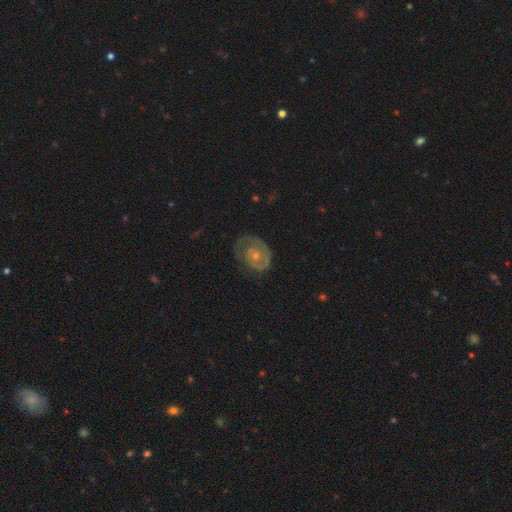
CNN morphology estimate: A featured or disk galaxy (72%) with no bar (81%), 1 (39%) tight (60%) spiral arms (83%) and a small central bulge (68%).

Vote fractions:
- Smooth or featured? featured or disk: 72% / smooth: 22% / star or artifact: 6%
- Edge-on disk? no: 97% / yes: 3%
- Bar? no: 81% / weak: 16% / strong: 3%
- Spiral arms? yes: 83% / no: 17%
- Spiral winding? tight: 60% / medium: 28% / loose: 12%
- Spiral arm count? 1: 39% / 2: 33% / can't tell: 20% / 3: 4% / 4: 2% / more than 4: 2%
- Bulge size? small: 68% / moderate: 27% / none: 3% / large: 1% / dominant: 1%
- Merging? none: 60% / minor disturbance: 23% / major disturbance: 16% / merger: 2%